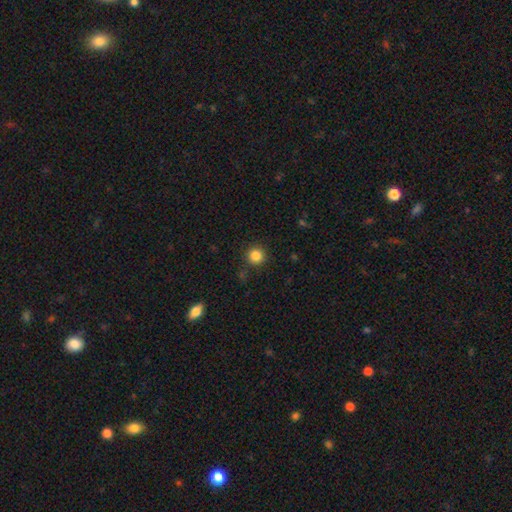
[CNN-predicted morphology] The model was most divided on "smooth or featured": smooth: 84%, star or artifact: 12%, featured or disk: 4%. More confident: how rounded — round (95%); merging — none (89%).